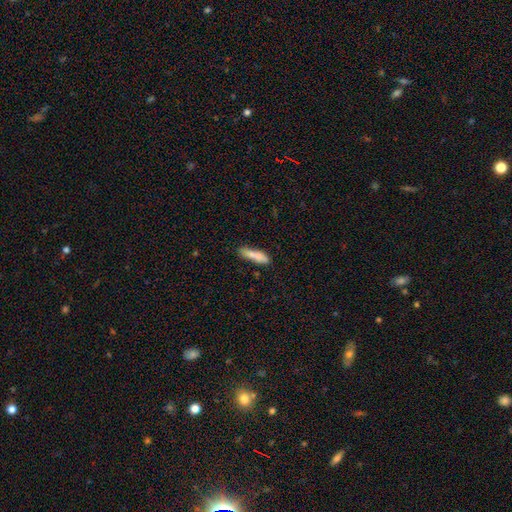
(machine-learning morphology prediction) smooth_or_featured: smooth (p=0.72) [alt: featured or disk p=0.21]
how_rounded: cigar-shaped (p=0.68) [alt: in between p=0.29]
merging: none (p=0.55) [alt: merger p=0.22]